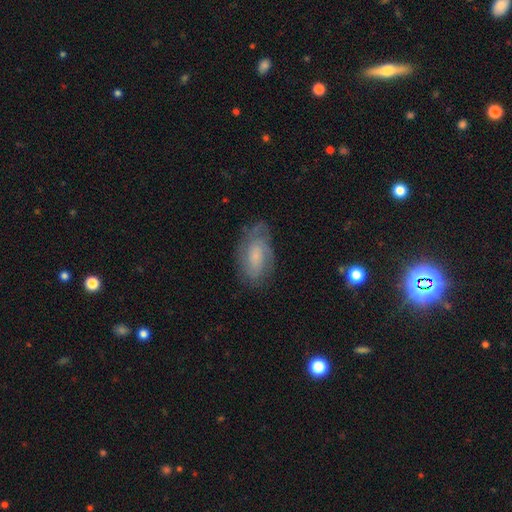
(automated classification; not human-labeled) Morphology: type=featured or disk (53%); edge-on=no (94%); bar=no (64%); spiral arms=yes (82%); bulge=small (43%); merging=none (67%).